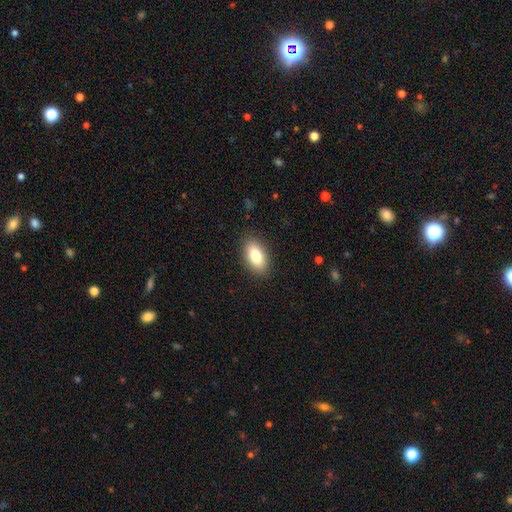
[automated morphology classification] A smooth galaxy with no disk features (85%) that is in between round and cigar-shaped (91%). Merging: none (88%).